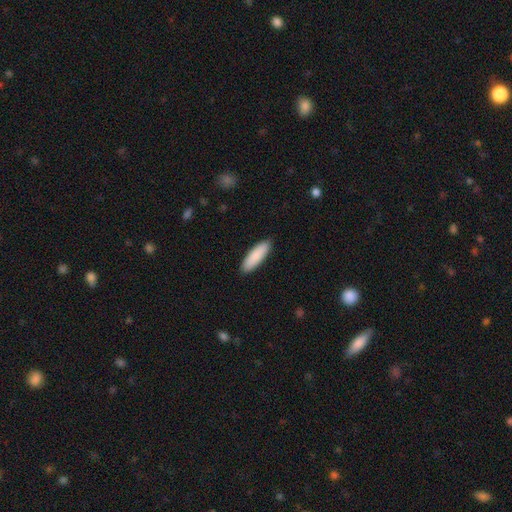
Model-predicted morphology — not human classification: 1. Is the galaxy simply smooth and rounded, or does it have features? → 89% smooth, 6% featured or disk, 5% star or artifact.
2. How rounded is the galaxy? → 50% cigar-shaped, 48% in between, 1% round.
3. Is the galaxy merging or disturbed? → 90% none, 8% minor disturbance, 1% major disturbance, 1% merger.